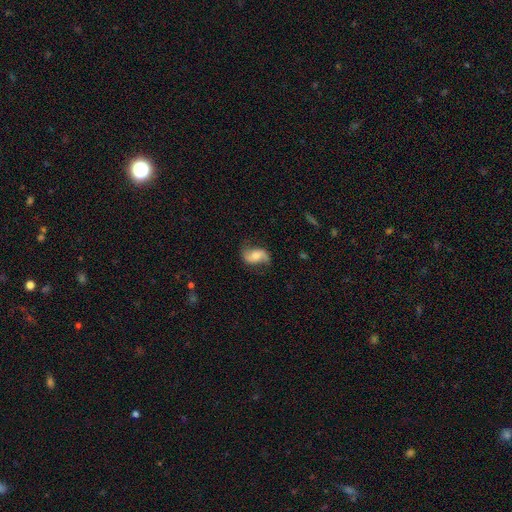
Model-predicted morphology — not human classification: Smooth or featured? Predicted: featured or disk (p=0.65). Edge-on disk? Predicted: no (p=0.96). Bar? Predicted: no (p=0.56). Spiral arms? Predicted: yes (p=0.91). Spiral winding? Predicted: loose (p=0.68). Spiral arm count? Predicted: 2 (p=0.90). Bulge size? Predicted: moderate (p=0.56). Merging? Predicted: none (p=0.71).